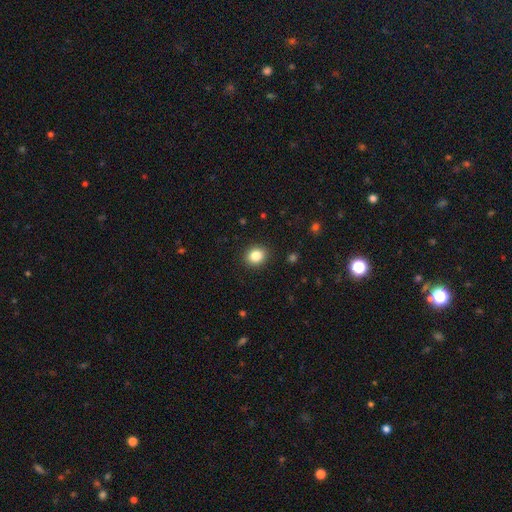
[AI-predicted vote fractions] Smooth or featured? Predicted: smooth (p=0.84). How rounded? Predicted: round (p=0.64). Merging? Predicted: none (p=0.91).